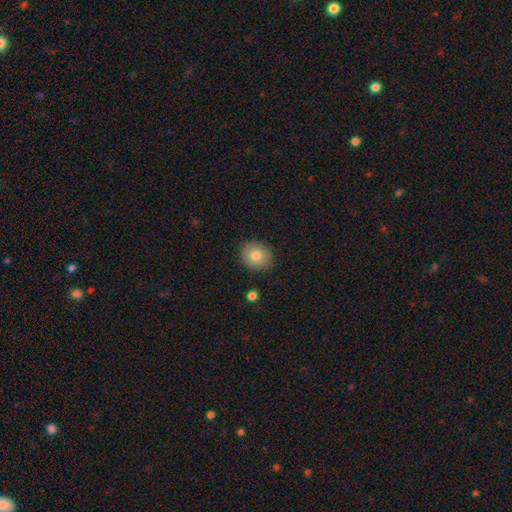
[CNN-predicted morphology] A smooth galaxy with no disk features (80%) that is round (68%). Merging: none (89%).